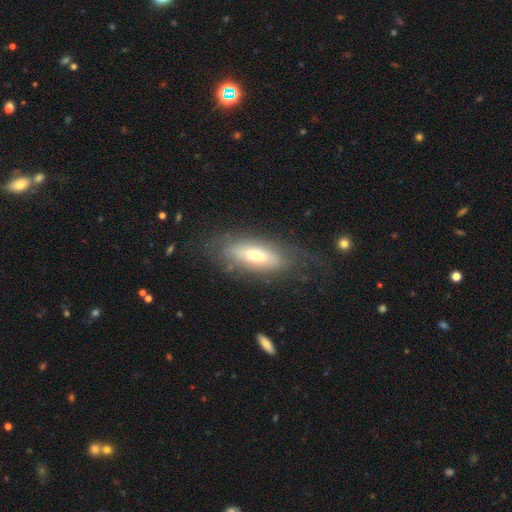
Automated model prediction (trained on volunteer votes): Smooth or featured? smooth (53%)
How rounded? in between (71%)
Merging? none (64%)